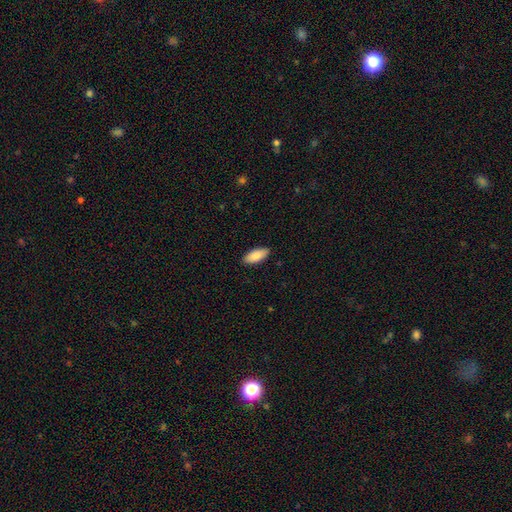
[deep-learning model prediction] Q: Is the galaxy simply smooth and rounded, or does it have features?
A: smooth — 89%.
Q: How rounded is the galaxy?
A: in between — 85%.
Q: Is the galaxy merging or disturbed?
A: none — 89%.